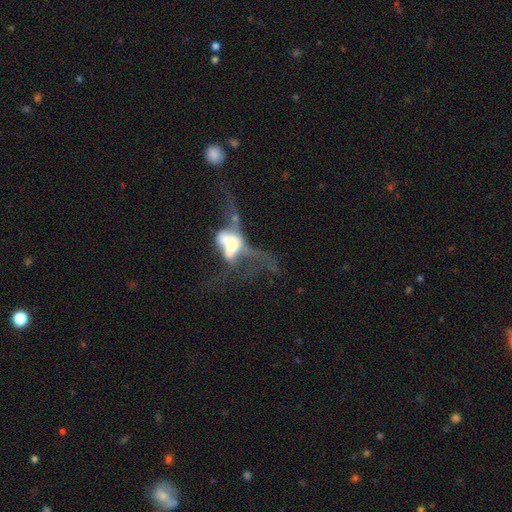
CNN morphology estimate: smooth-or-featured: featured or disk: 59% | smooth: 22% | star or artifact: 19%
  disk-edge-on: no: 70% | yes: 30%
  merging: major disturbance: 41% | merger: 34% | none: 16% | minor disturbance: 8%